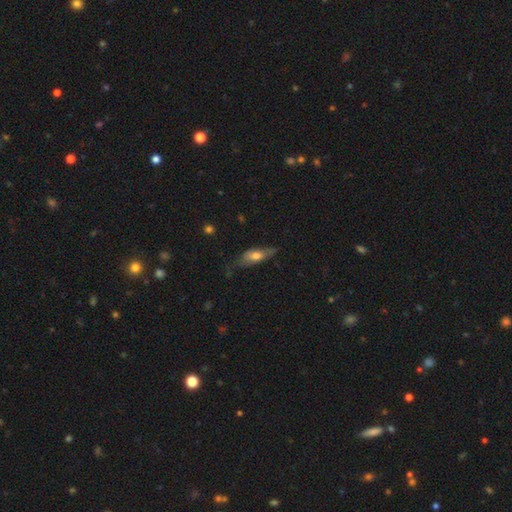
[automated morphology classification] smooth-or-featured: smooth: 58% | featured or disk: 36% | star or artifact: 6%
  how-rounded: in between: 58% | cigar-shaped: 40% | round: 3%
  merging: none: 60% | minor disturbance: 29% | major disturbance: 9% | merger: 2%